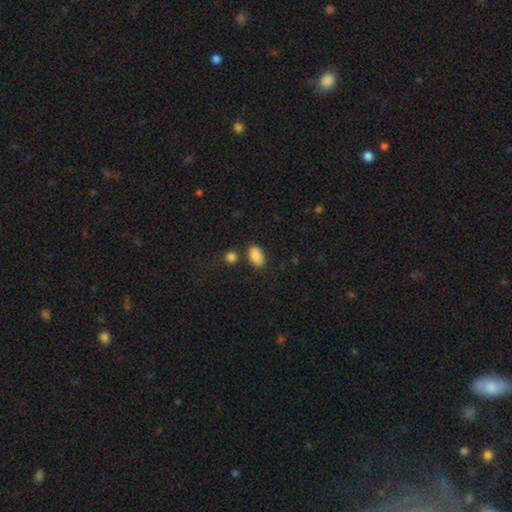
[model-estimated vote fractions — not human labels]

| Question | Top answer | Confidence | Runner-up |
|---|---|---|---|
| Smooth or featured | smooth | 88% | star or artifact (8%) |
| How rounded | in between | 92% | round (6%) |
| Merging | none | 77% | minor disturbance (12%) |